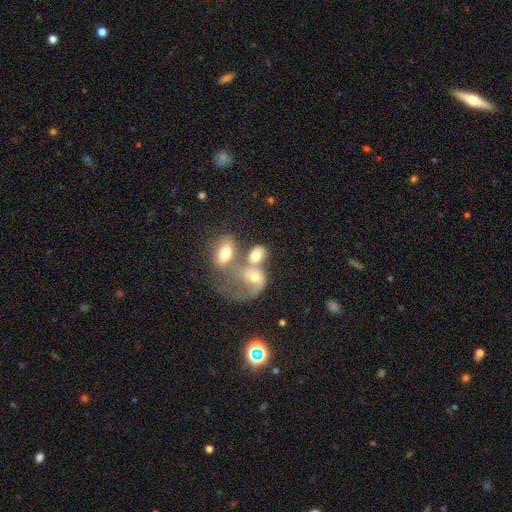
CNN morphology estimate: Overall: smooth (59%; featured or disk 31%). How rounded: in between (72%). Merging: merger (61%).